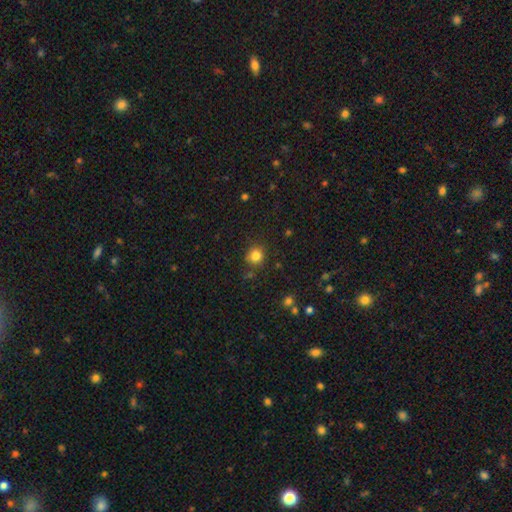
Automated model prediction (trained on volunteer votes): Overall: smooth (83%). How rounded: round (89%). Merging: none (83%).